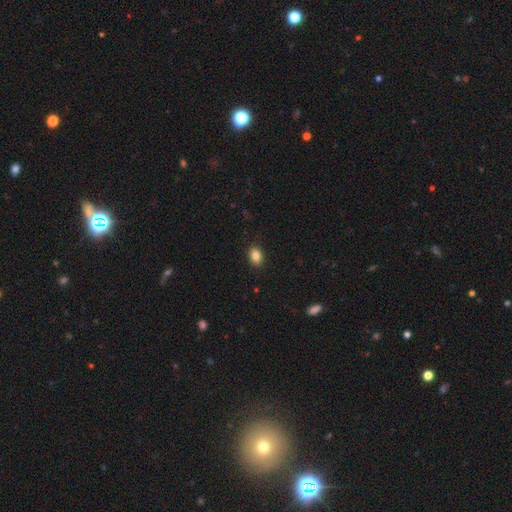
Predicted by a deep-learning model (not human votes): Overall: smooth (86%). How rounded: in between (72%). Merging: none (89%).